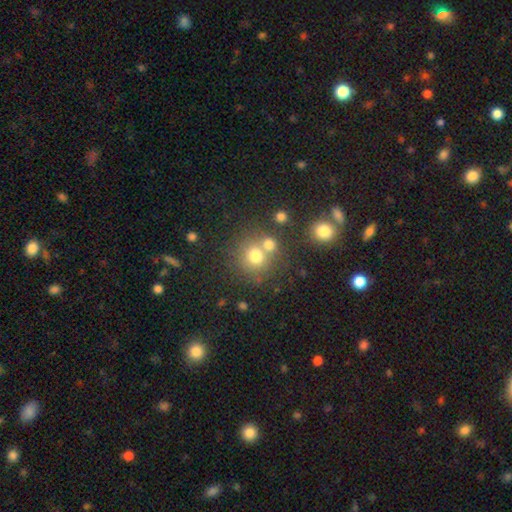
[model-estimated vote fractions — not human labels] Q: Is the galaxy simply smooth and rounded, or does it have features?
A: smooth — 72%.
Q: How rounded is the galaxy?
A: round — 88%.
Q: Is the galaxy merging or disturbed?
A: none — 55%.